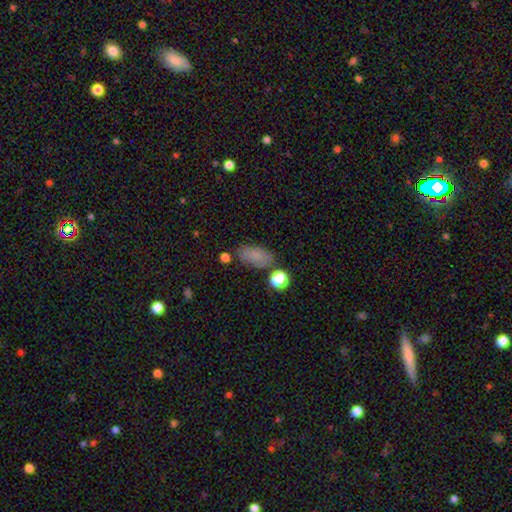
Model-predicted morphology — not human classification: Smooth or featured: smooth — 78% (star or artifact — 12%)
How rounded: in between — 89% (round — 7%)
Merging: none — 72% (minor disturbance — 16%)